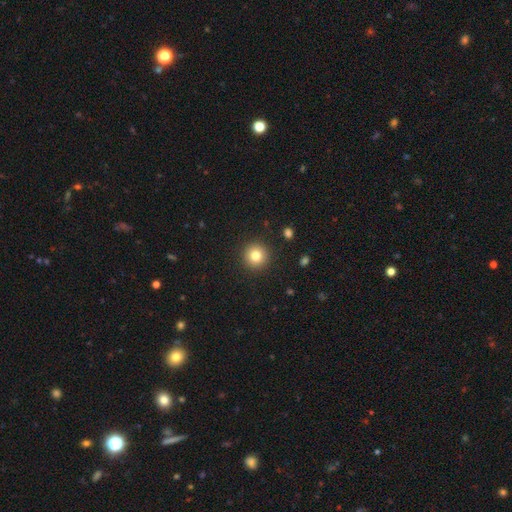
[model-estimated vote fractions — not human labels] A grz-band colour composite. It shows a smooth galaxy with no disk features (81%) that is round (95%). Merging: none (92%).